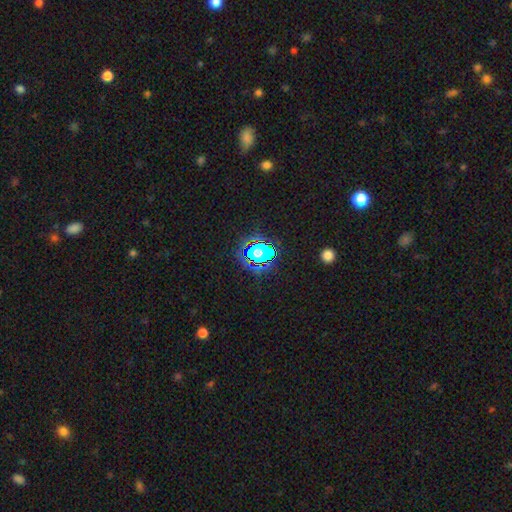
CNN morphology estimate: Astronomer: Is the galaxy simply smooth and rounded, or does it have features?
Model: star or artifact — 55% (runner-up: smooth, 33%).